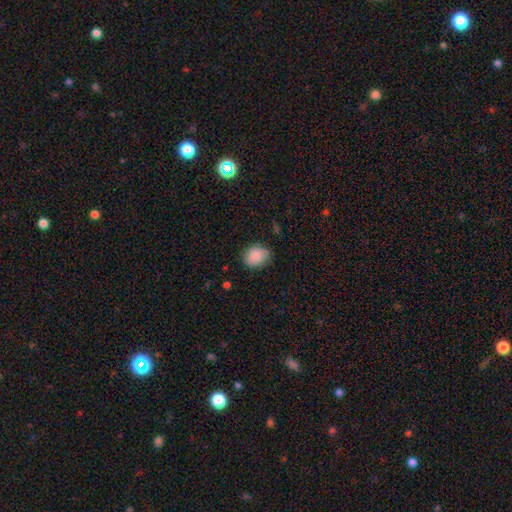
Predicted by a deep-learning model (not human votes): A smooth galaxy with no disk features (86%) that is in between round and cigar-shaped (50%, tied with round). Merging: none (80%).